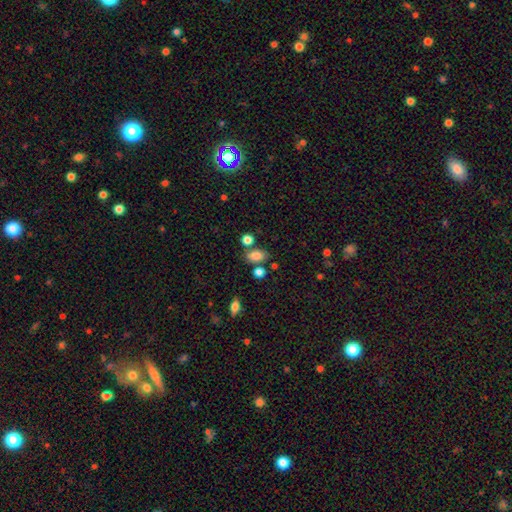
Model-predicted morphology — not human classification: Q: Smooth or featured?
A: smooth (83%); runner-up: star or artifact (11%)
Q: How rounded?
A: in between (82%); runner-up: round (16%)
Q: Merging?
A: none (69%); runner-up: minor disturbance (14%)